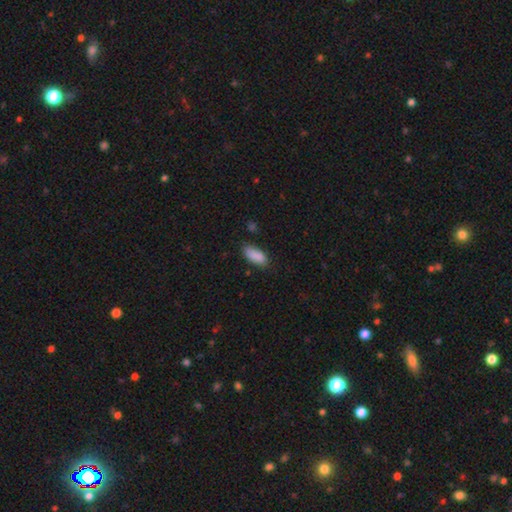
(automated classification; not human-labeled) Smooth or featured?
  - smooth: 89% *
  - star or artifact: 7%
  - featured or disk: 4%
How rounded?
  - in between: 85% *
  - cigar-shaped: 13%
  - round: 2%
Merging?
  - none: 78% *
  - minor disturbance: 18%
  - major disturbance: 3%
  - merger: 2%